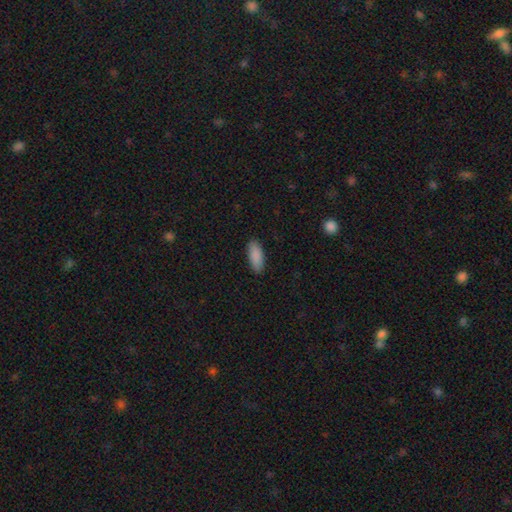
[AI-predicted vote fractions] Smooth or featured? smooth (90%)
How rounded? in between (80%)
Merging? none (88%)